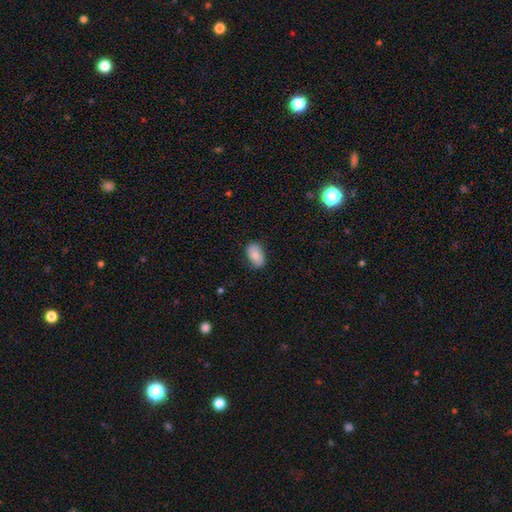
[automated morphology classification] This is likely a smooth galaxy (79%). How rounded: clearly in between (91%). Merging: clearly none (81%).